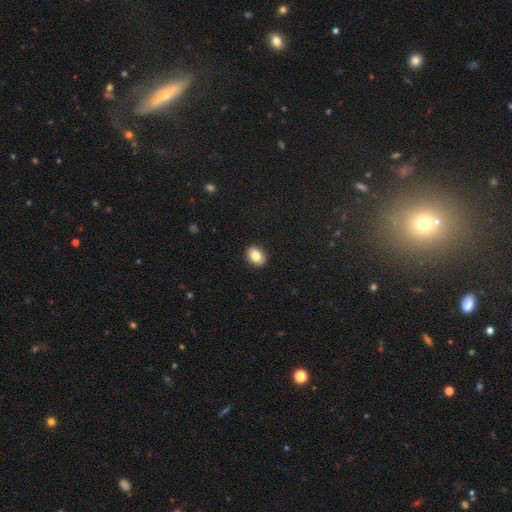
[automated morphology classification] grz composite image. It shows a smooth galaxy with no disk features (84%) that is in between round and cigar-shaped (72%). Merging: none (90%).